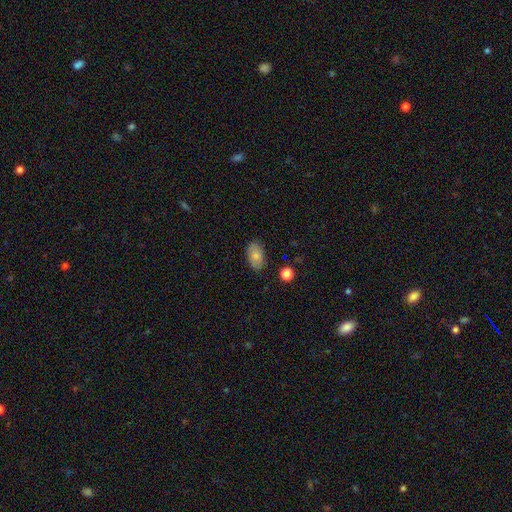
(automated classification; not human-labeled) smooth_or_featured: smooth (p=0.83) [alt: featured or disk p=0.09]
how_rounded: in between (p=0.92) [alt: round p=0.07]
merging: none (p=0.84) [alt: minor disturbance p=0.11]